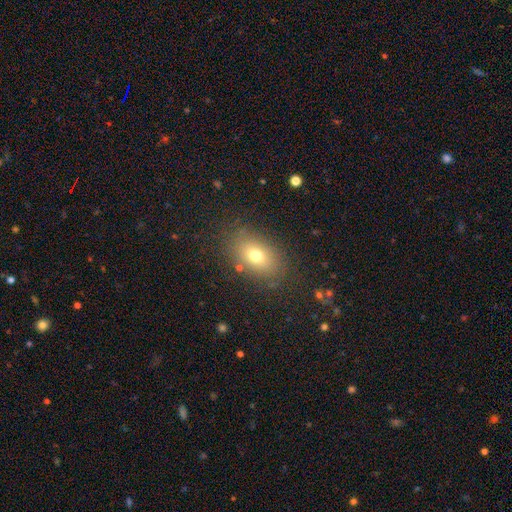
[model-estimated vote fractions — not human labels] Q: Smooth or featured?
A: smooth (72%); runner-up: featured or disk (15%)
Q: How rounded?
A: in between (80%); runner-up: round (18%)
Q: Merging?
A: none (83%); runner-up: minor disturbance (11%)